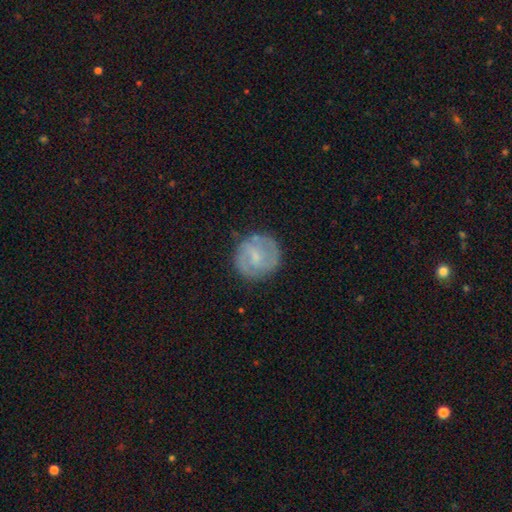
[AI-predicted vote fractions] A featured or disk galaxy (61%) with a weak bar (57%), spiral arms (81%) and a small central bulge (51%). Merging: none (77%).